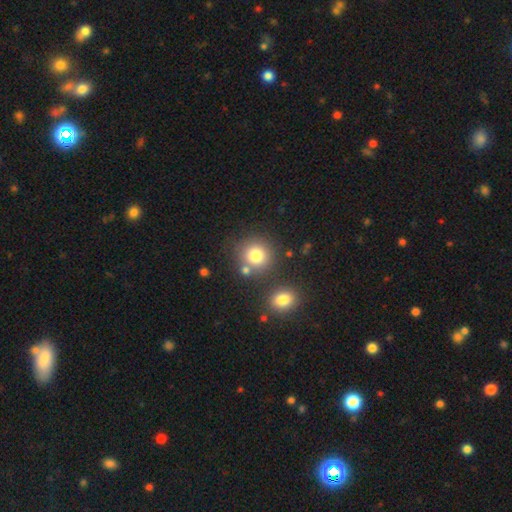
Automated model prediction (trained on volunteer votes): smooth_or_featured: smooth (p=0.80) [alt: star or artifact p=0.11]
how_rounded: round (p=0.90) [alt: in between p=0.09]
merging: none (p=0.73) [alt: merger p=0.15]